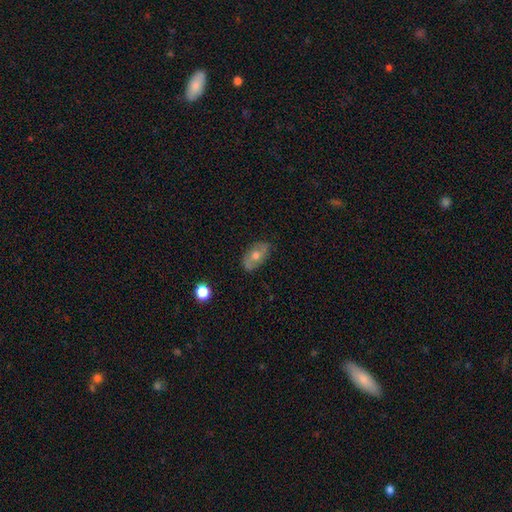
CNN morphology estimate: Overall: smooth (50%; featured or disk 41%). How rounded: in between (87%). Merging: none (78%).